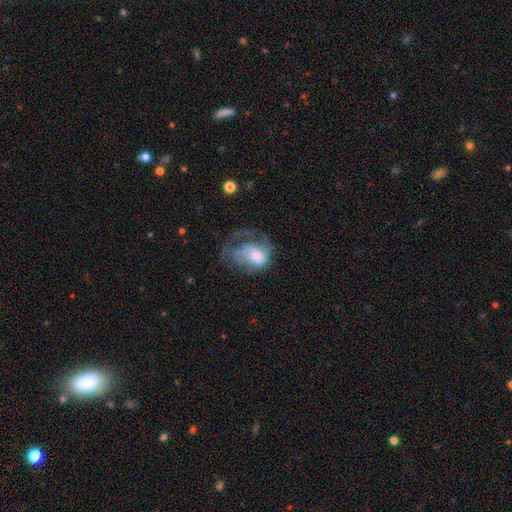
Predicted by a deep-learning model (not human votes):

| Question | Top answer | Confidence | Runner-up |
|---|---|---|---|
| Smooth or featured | featured or disk | 51% | smooth (40%) |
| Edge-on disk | no | 97% | yes (3%) |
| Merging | major disturbance | 48% | none (27%) |